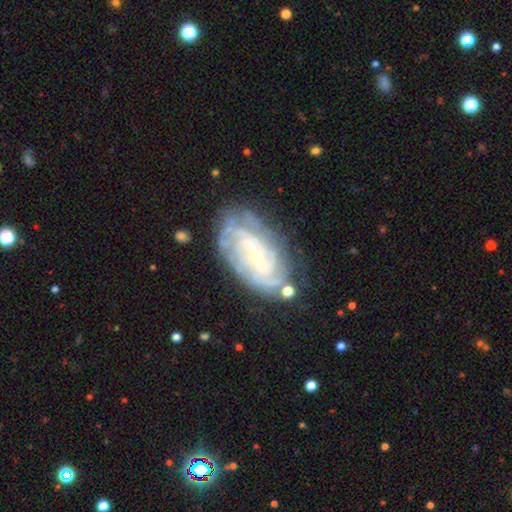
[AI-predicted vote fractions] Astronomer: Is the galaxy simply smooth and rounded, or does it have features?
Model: featured or disk — 82%.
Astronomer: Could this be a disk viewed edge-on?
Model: no — 95%.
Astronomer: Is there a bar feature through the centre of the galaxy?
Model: weak — 46% (runner-up: strong, 27%).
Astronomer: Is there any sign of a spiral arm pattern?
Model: yes — 91%.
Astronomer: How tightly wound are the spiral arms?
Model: tight — 68%.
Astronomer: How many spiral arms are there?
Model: can't tell — 46%.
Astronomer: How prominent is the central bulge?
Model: small — 72%.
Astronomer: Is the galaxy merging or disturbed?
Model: none — 70%.